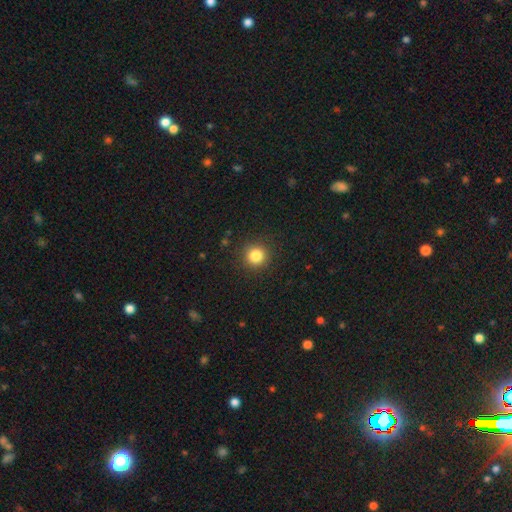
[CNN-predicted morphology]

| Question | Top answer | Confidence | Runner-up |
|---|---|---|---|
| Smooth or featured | smooth | 84% | star or artifact (12%) |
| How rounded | round | 94% | in between (5%) |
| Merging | none | 90% | minor disturbance (6%) |